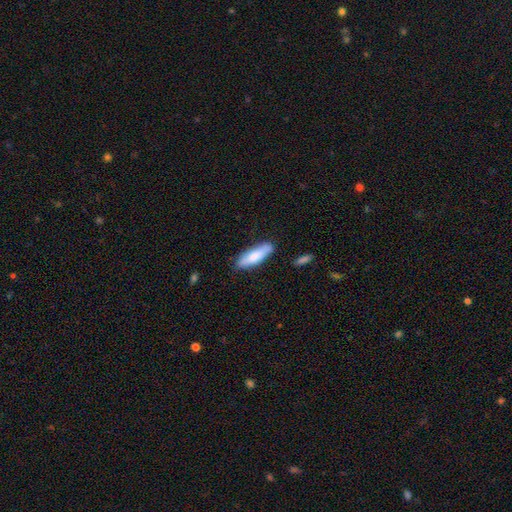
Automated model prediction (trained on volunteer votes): This appears to be a smooth galaxy with no disk features (77%) that is cigar-shaped (52%). Merging: none (81%).